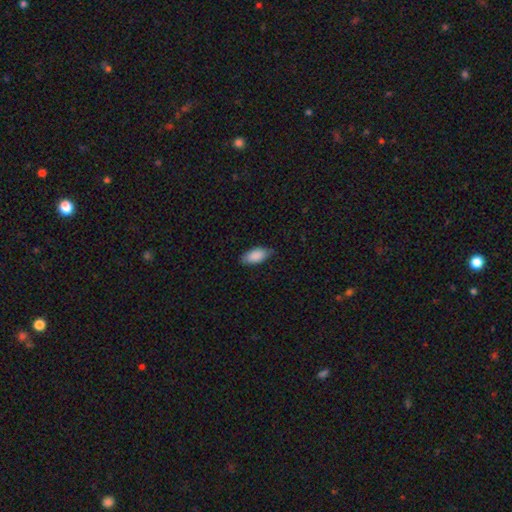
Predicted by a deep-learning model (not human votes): smooth 89%, star or artifact 6%, featured or disk 5%. Down the decision tree: how rounded — in between (92%); merging — none (80%).